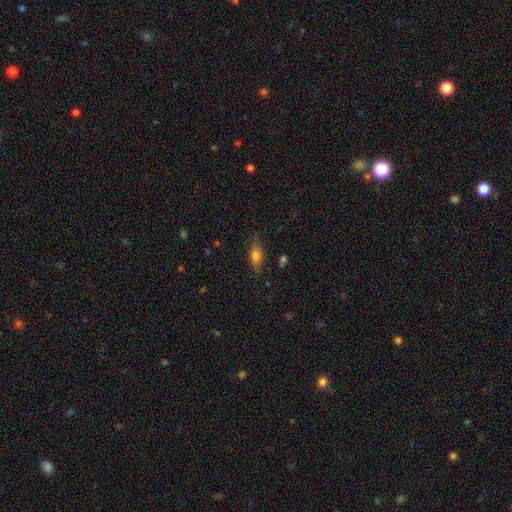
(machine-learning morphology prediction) A smooth galaxy with no disk features (73%) that is in between round and cigar-shaped (76%). Merging: none (78%).